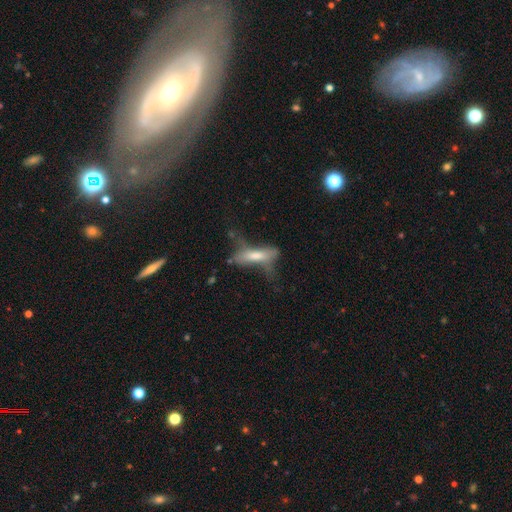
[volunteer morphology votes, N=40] A featured or disk galaxy (52%) with no bar (87%), no spiral arms (73%) and a moderate central bulge (53%).

Vote fractions:
- Smooth or featured? featured or disk: 52% / smooth: 42% / star or artifact: 5%
- Edge-on disk? no: 71% / yes: 29%
- Bar? no: 87% / strong: 7% / weak: 7%
- Spiral arms? no: 73% / yes: 27%
- Bulge size? moderate: 53% / small: 20% / none: 20% / dominant: 7% / large: 0%
- Merging? none: 42% / major disturbance: 39% / minor disturbance: 18% / merger: 0%